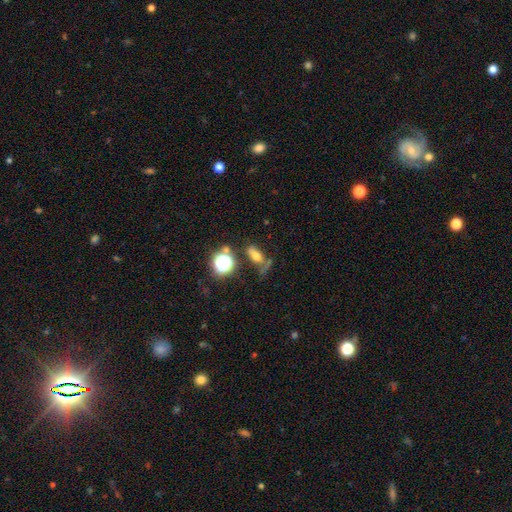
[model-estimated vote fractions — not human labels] Overall: smooth (59%; featured or disk 21%). How rounded: in between (68%). Merging: none (47%; minor disturbance 22%).